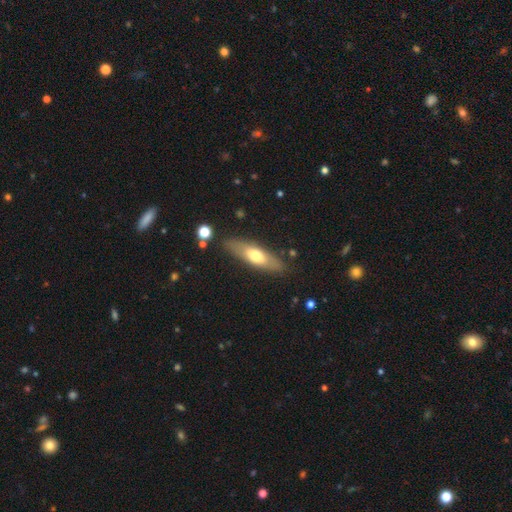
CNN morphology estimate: Smooth or featured? smooth (59%)
How rounded? cigar-shaped (52%)
Merging? none (84%)